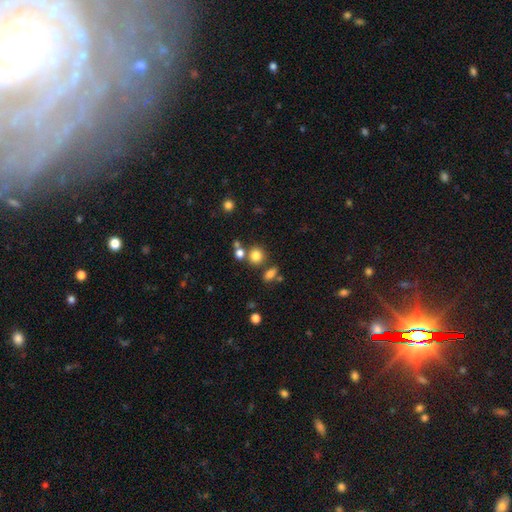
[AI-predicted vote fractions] A smooth galaxy with no disk features (80%) that is round (85%).

Vote fractions:
- Smooth or featured? smooth: 80% / star or artifact: 14% / featured or disk: 7%
- How rounded? round: 85% / in between: 14% / cigar-shaped: 1%
- Merging? none: 69% / merger: 18% / minor disturbance: 9% / major disturbance: 4%